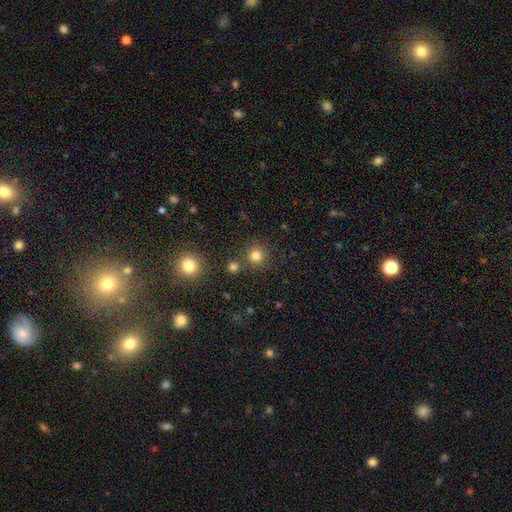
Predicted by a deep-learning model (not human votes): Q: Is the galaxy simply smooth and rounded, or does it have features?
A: smooth — 81%.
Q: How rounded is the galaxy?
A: round — 94%.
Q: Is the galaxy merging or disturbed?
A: none — 81%.